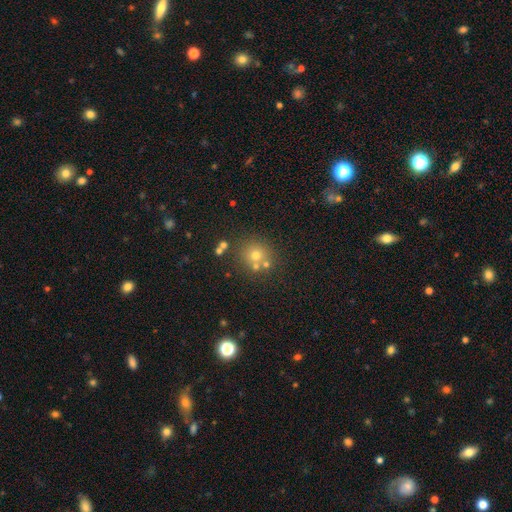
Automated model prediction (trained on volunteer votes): Smooth or featured: smooth — 64% (star or artifact — 22%)
How rounded: round — 88% (in between — 11%)
Merging: none — 67% (merger — 20%)